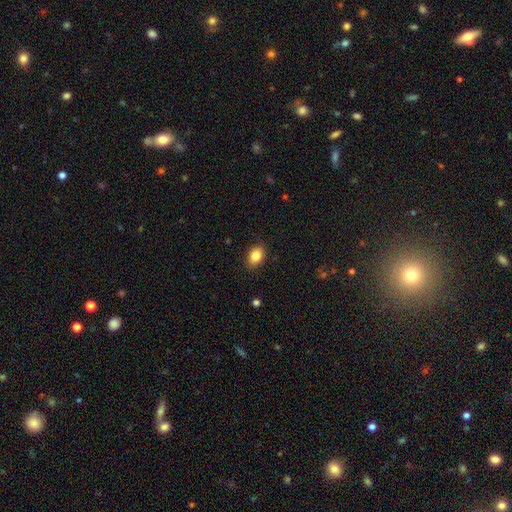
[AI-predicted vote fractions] The model was most divided on "how rounded": in between: 79%, round: 20%, cigar-shaped: 1%. More confident: merging — none (86%); smooth or featured — smooth (84%).